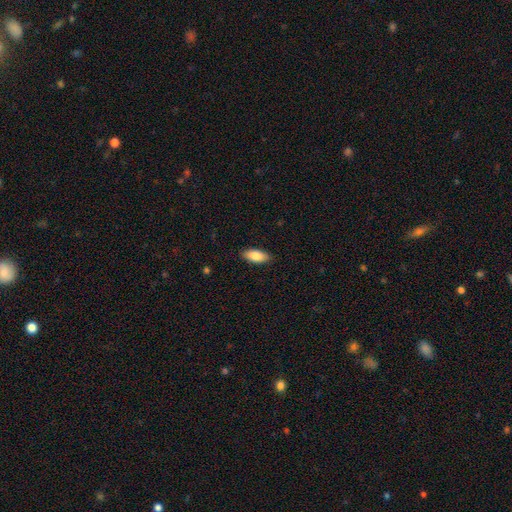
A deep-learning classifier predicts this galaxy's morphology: Smooth or featured? smooth (85%)
How rounded? in between (87%)
Merging? none (88%)